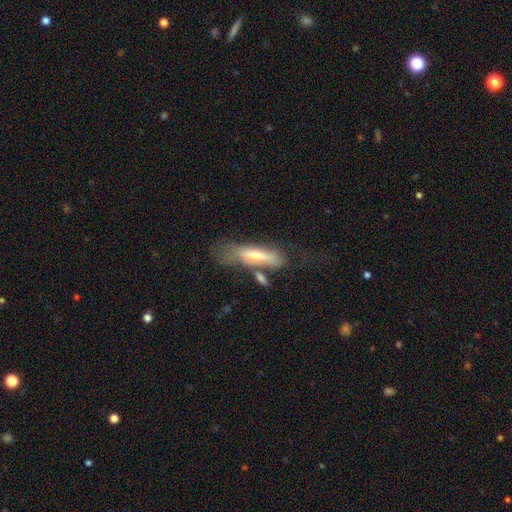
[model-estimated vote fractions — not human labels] smooth_or_featured: smooth (p=0.51) [alt: featured or disk p=0.42]
how_rounded: cigar-shaped (p=0.61) [alt: in between p=0.37]
merging: none (p=0.40) [alt: minor disturbance p=0.24]